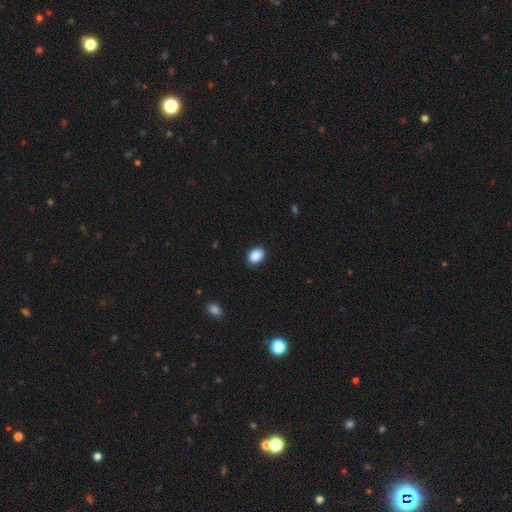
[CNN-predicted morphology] A smooth galaxy with no disk features (89%) that is in between round and cigar-shaped (76%). Merging: none (85%).